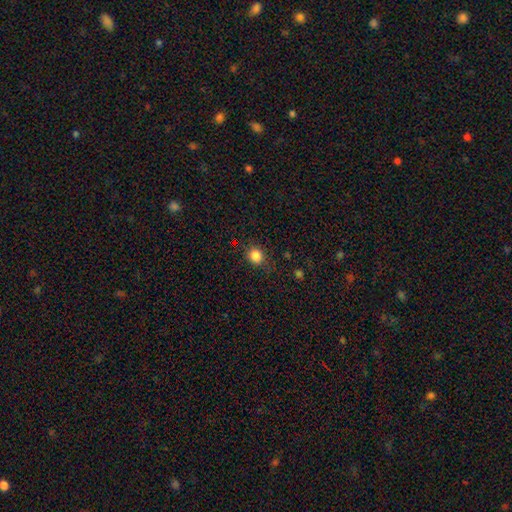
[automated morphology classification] Overall: smooth (83%). How rounded: round (74%). Merging: none (79%).